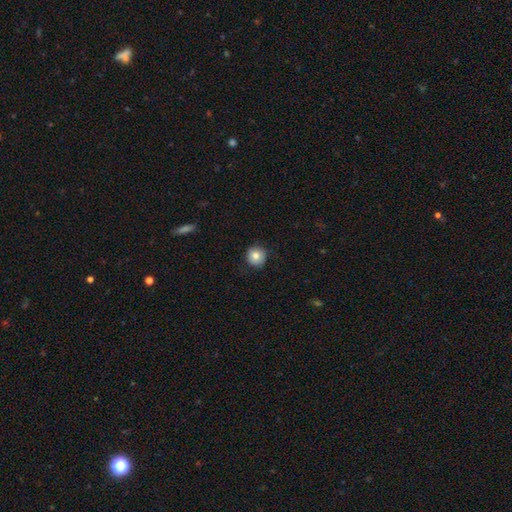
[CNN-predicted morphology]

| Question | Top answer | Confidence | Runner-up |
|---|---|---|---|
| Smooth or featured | smooth | 81% | featured or disk (10%) |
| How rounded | round | 93% | in between (6%) |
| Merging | none | 88% | minor disturbance (9%) |